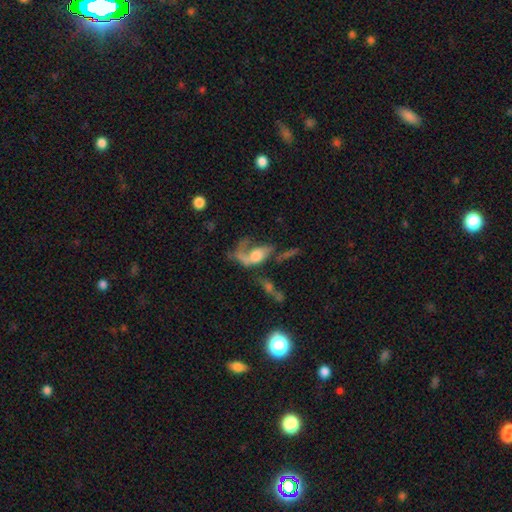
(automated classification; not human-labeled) A featured or disk galaxy (59%) with no bar (72%), spiral arms (61%) and a large central bulge (38%).

Vote fractions:
- Smooth or featured? featured or disk: 59% / smooth: 30% / star or artifact: 11%
- Edge-on disk? no: 94% / yes: 6%
- Bar? no: 72% / weak: 22% / strong: 6%
- Spiral arms? yes: 61% / no: 39%
- Bulge size? large: 38% / moderate: 32% / none: 14% / small: 11% / dominant: 5%
- Merging? major disturbance: 48% / none: 20% / merger: 19% / minor disturbance: 13%